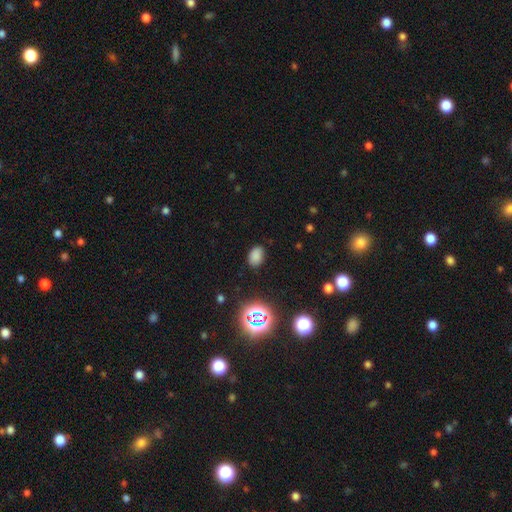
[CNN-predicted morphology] Smooth or featured? smooth (76%)
How rounded? in between (83%)
Merging? none (84%)